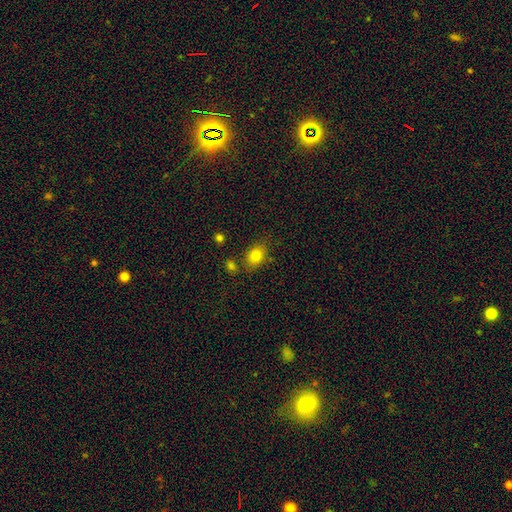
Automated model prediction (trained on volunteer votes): This is clearly a smooth galaxy (81%). How rounded: likely in between (70%). Merging: likely none (75%).